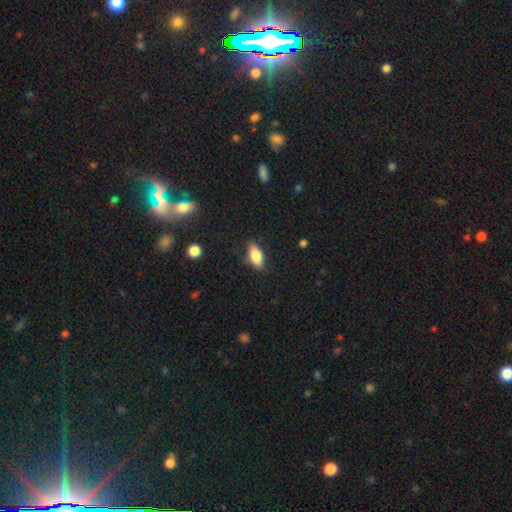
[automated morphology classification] smooth 76%, featured or disk 17%, star or artifact 7%. Down the decision tree: how rounded — in between (83%); merging — none (83%).